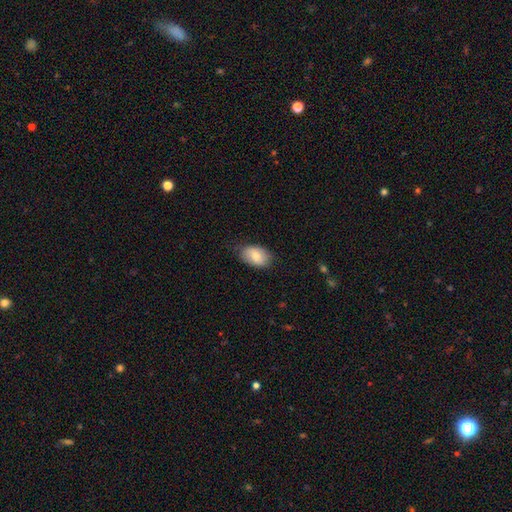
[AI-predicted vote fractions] This appears to be a smooth galaxy with no disk features (77%) that is in between round and cigar-shaped (89%). Merging: none (75%).